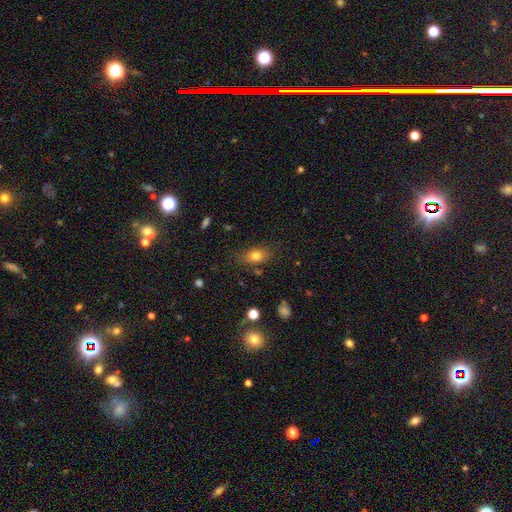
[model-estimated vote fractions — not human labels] smooth 78%, star or artifact 12%, featured or disk 10%. Down the decision tree: how rounded — in between (79%); merging — none (78%).